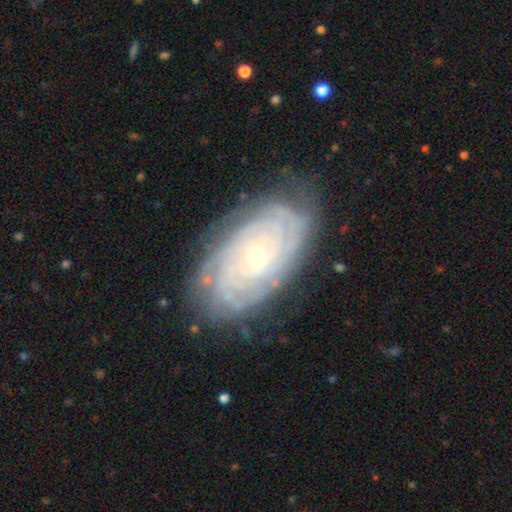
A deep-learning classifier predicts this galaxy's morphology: Smooth or featured? featured or disk (87%)
Edge-on disk? no (95%)
Bar? no (71%)
Spiral arms? yes (97%)
Spiral winding? tight (86%)
Spiral arm count? can't tell (37%)
Bulge size? small (54%)
Merging? none (81%)